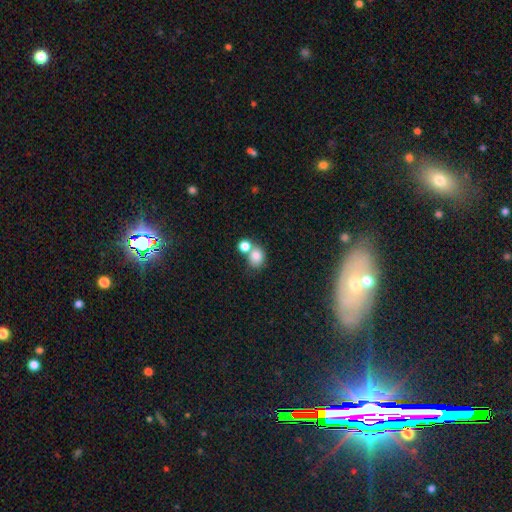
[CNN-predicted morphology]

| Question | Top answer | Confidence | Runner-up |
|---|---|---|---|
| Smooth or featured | smooth | 81% | star or artifact (11%) |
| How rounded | round | 66% | in between (33%) |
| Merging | merger | 43% | tied: none (43%) |